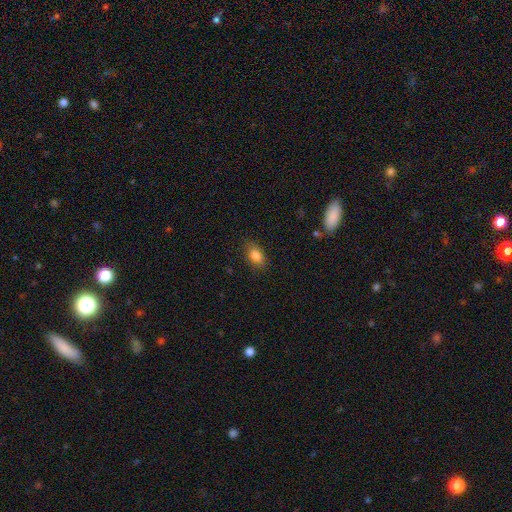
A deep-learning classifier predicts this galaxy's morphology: Q: Smooth or featured?
A: smooth (83%); runner-up: star or artifact (9%)
Q: How rounded?
A: in between (83%); runner-up: round (14%)
Q: Merging?
A: none (84%); runner-up: minor disturbance (12%)